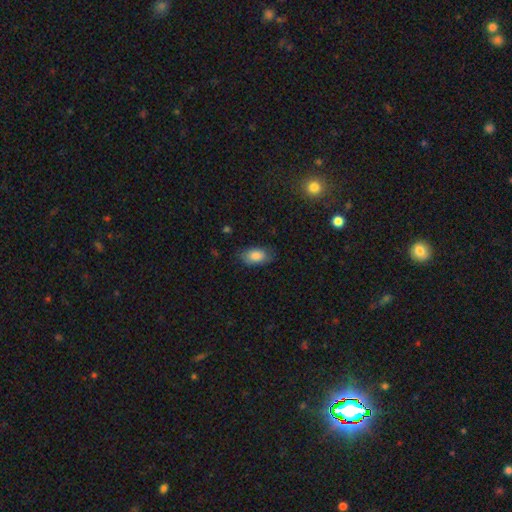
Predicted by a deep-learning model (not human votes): A smooth galaxy with no disk features (85%) that is in between round and cigar-shaped (92%).

Vote fractions:
- Smooth or featured? smooth: 85% / featured or disk: 8% / star or artifact: 7%
- How rounded? in between: 92% / round: 6% / cigar-shaped: 3%
- Merging? none: 78% / minor disturbance: 17% / major disturbance: 4% / merger: 1%